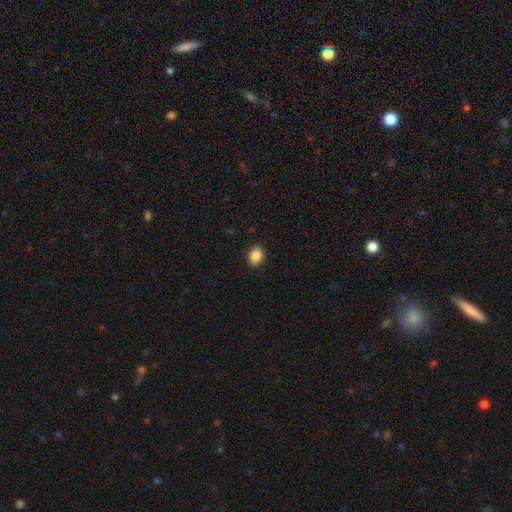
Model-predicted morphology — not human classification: The model was most divided on "how rounded": in between: 66%, round: 33%, cigar-shaped: 1%. More confident: merging — none (90%); smooth or featured — smooth (88%).